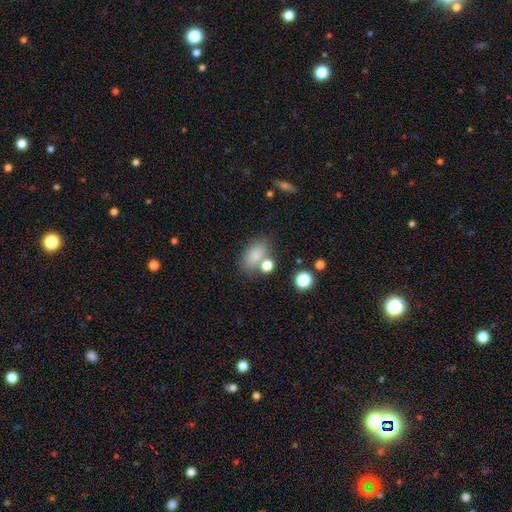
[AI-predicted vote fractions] smooth-or-featured: smooth: 81% | star or artifact: 11% | featured or disk: 8%
  how-rounded: in between: 84% | round: 14% | cigar-shaped: 2%
  merging: none: 64% | merger: 16% | minor disturbance: 14% | major disturbance: 5%